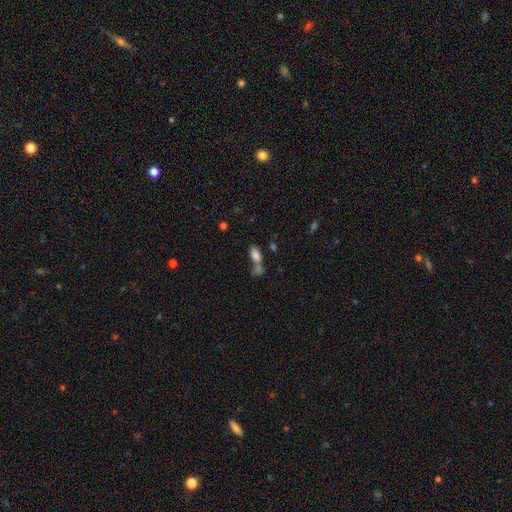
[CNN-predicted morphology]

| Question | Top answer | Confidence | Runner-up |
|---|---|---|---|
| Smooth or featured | smooth | 80% | star or artifact (11%) |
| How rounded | in between | 88% | cigar-shaped (7%) |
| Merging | merger | 50% | none (35%) |